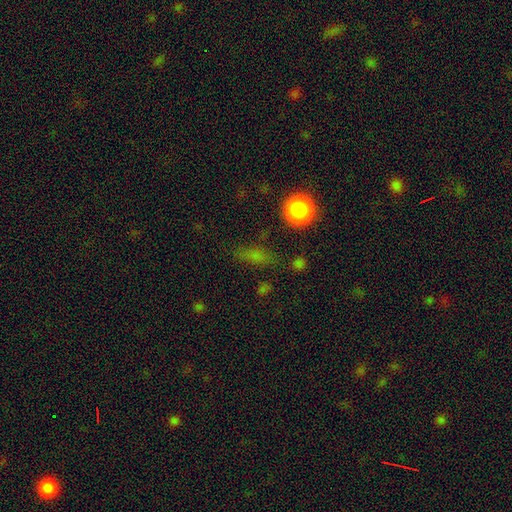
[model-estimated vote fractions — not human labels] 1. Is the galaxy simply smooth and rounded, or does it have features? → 60% smooth, 28% star or artifact, 12% featured or disk.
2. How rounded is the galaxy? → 44% in between, 31% cigar-shaped, 25% round.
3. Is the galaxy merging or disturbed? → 78% none, 13% minor disturbance, 6% major disturbance, 3% merger.